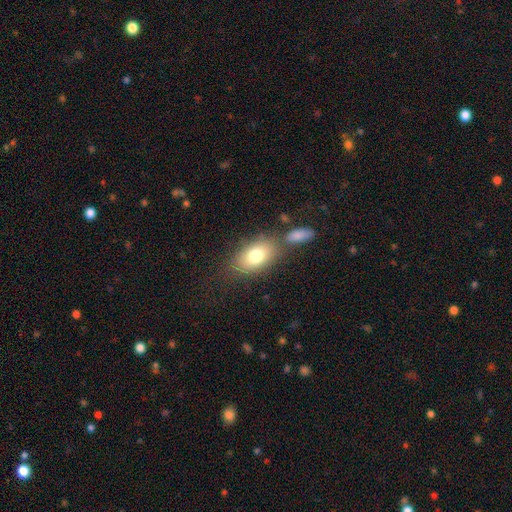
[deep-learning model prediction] smooth_or_featured: smooth (p=0.77) [alt: featured or disk p=0.15]
how_rounded: in between (p=0.87) [alt: round p=0.10]
merging: none (p=0.64) [alt: merger p=0.17]